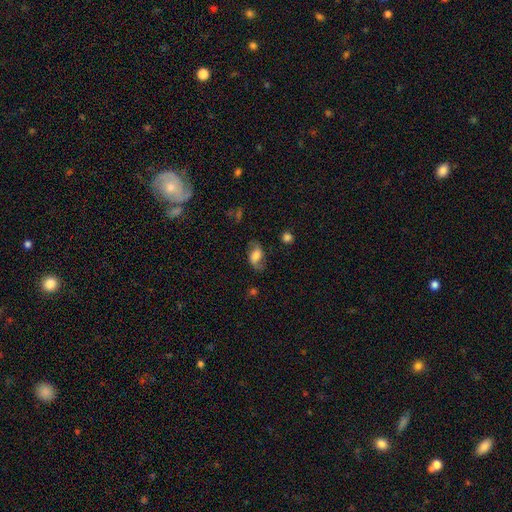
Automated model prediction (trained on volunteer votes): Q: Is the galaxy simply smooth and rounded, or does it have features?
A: smooth — 52%.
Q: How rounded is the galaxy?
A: in between — 86%.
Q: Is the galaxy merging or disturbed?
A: none — 66%.